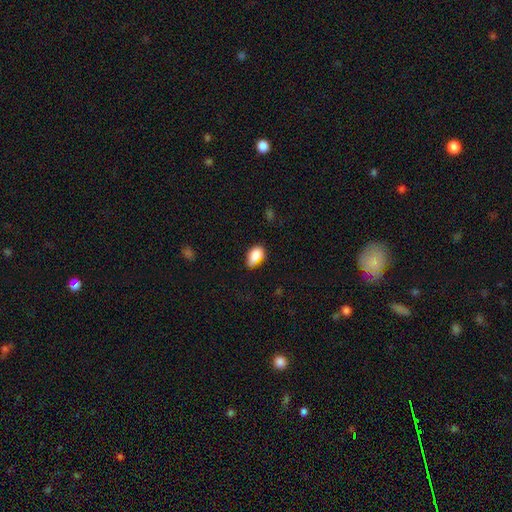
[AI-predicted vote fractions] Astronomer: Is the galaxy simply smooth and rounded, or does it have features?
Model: smooth — 84%.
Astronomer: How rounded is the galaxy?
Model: in between — 85%.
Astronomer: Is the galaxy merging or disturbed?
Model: none — 51% (runner-up: minor disturbance, 33%).